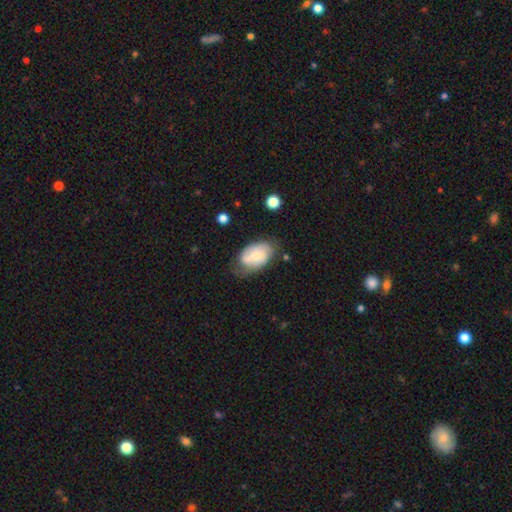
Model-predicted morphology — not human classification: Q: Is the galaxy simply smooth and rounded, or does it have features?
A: smooth — 47%.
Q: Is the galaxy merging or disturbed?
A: none — 53%.